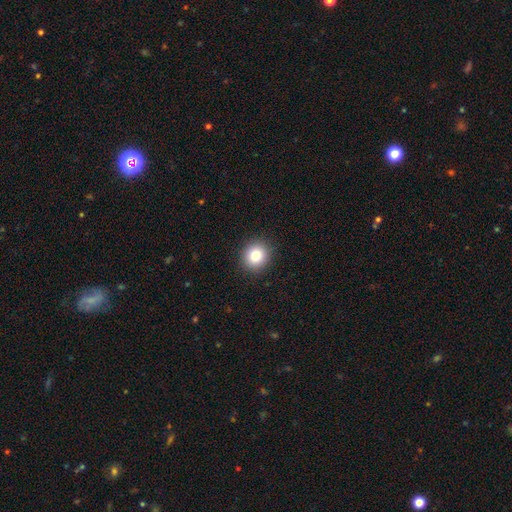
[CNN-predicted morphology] Smooth or featured: smooth — 83% (star or artifact — 10%)
How rounded: round — 84% (in between — 15%)
Merging: none — 91% (minor disturbance — 6%)